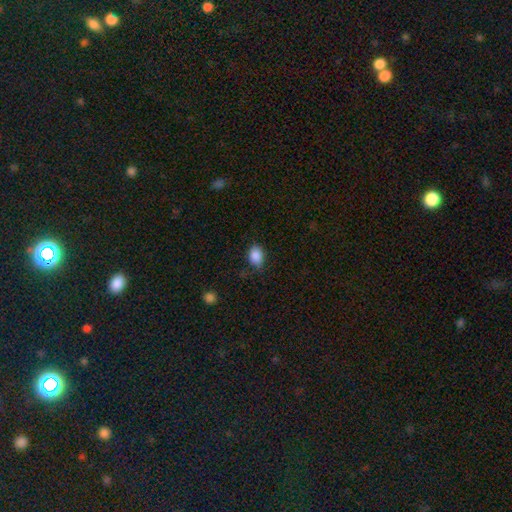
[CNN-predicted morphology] A smooth galaxy with no disk features (88%) that is in between round and cigar-shaped (71%). Merging: none (74%).